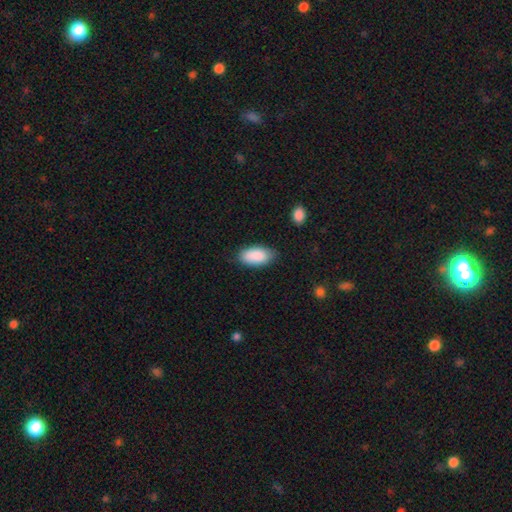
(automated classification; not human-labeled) Smooth or featured? Predicted: smooth (p=0.89). How rounded? Predicted: in between (p=0.94). Merging? Predicted: none (p=0.80).